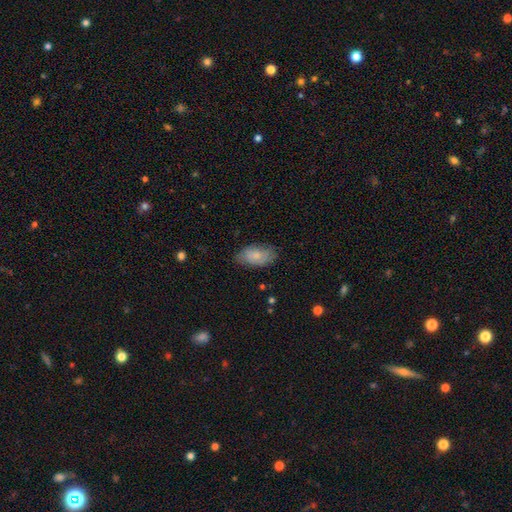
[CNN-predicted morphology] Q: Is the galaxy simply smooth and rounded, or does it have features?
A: smooth — 79%.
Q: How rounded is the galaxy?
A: in between — 93%.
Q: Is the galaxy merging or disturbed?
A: none — 73%.